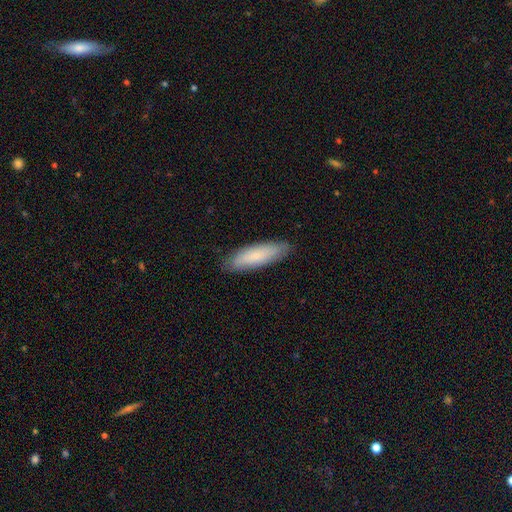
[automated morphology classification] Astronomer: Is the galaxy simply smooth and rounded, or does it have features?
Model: smooth — 76%.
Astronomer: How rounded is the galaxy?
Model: cigar-shaped — 61% (runner-up: in between, 37%).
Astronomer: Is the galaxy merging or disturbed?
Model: none — 86%.